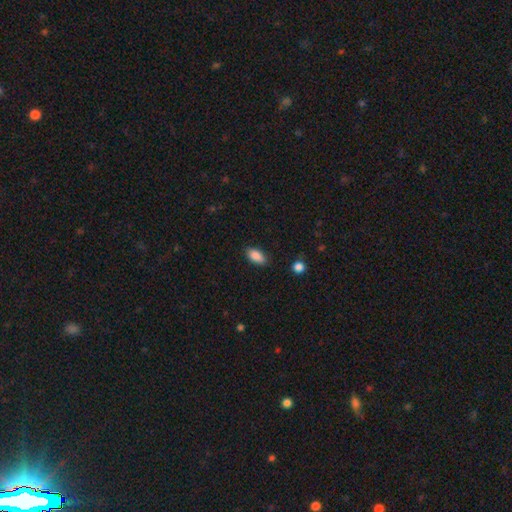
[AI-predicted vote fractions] Overall: smooth (88%). How rounded: in between (90%). Merging: none (85%).